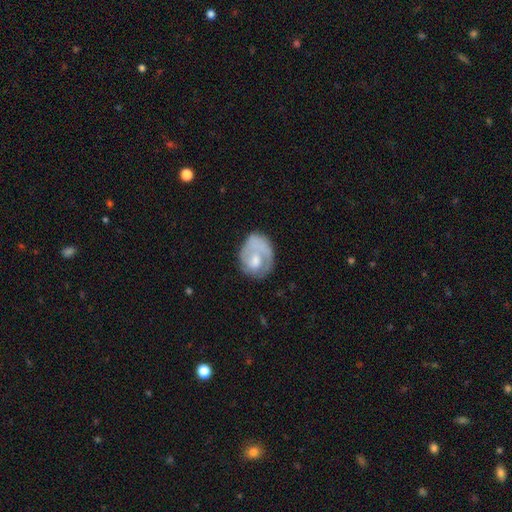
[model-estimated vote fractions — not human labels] Smooth or featured? featured or disk (52%)
Edge-on disk? no (97%)
Bar? no (75%)
Spiral arms? yes (58%)
Bulge size? moderate (49%)
Merging? none (52%)